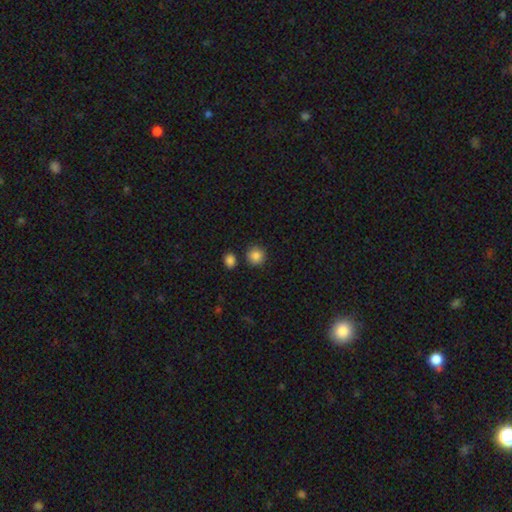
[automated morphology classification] smooth-or-featured: smooth: 86% | star or artifact: 9% | featured or disk: 4%
  how-rounded: round: 93% | in between: 6% | cigar-shaped: 1%
  merging: none: 85% | minor disturbance: 7% | merger: 6% | major disturbance: 2%